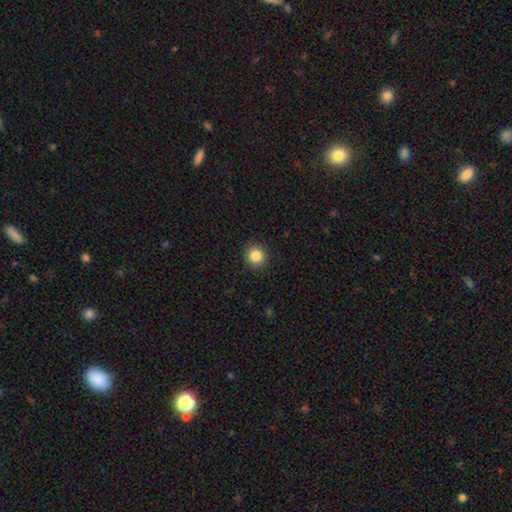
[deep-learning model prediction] This appears to be a smooth galaxy with no disk features (85%) that is round (92%). Merging: none (92%).